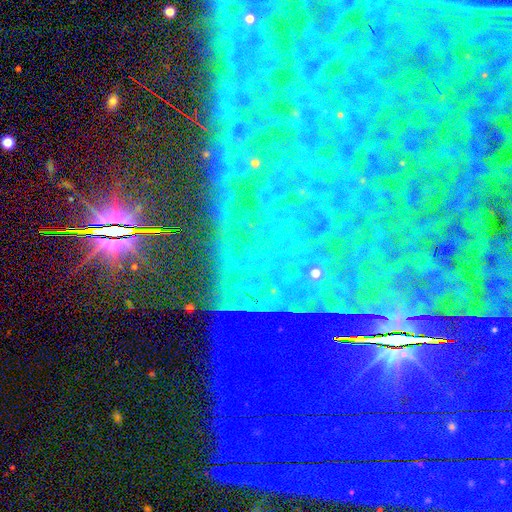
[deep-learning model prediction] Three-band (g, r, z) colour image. It shows a star or artifact, not a galaxy (84%).